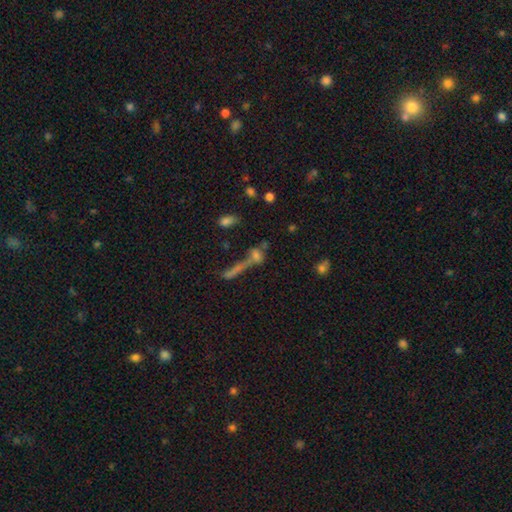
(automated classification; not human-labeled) This is possibly a smooth galaxy (51%). How rounded: possibly cigar-shaped (47%). Merging: marginally merger (41%).